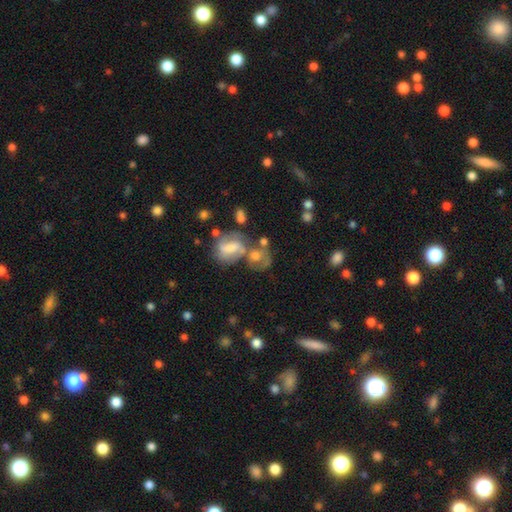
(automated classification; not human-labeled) Smooth or featured?
  - smooth: 49% *
  - featured or disk: 39%
  - star or artifact: 12%
Merging?
  - merger: 44% *
  - none: 28%
  - major disturbance: 14%
  - minor disturbance: 14%